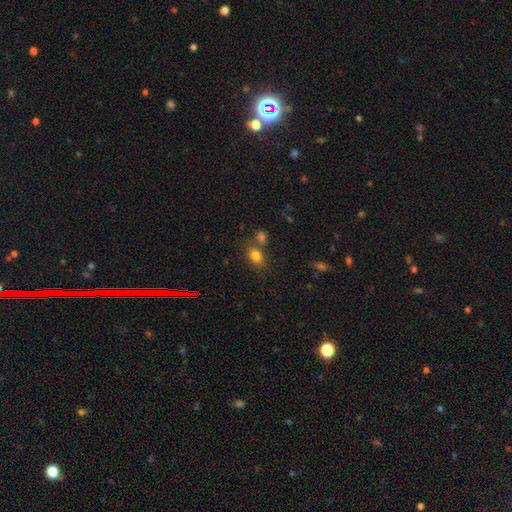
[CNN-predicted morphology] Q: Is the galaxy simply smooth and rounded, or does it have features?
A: smooth — 80%.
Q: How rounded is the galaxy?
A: in between — 71%.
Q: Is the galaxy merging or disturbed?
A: none — 60%.